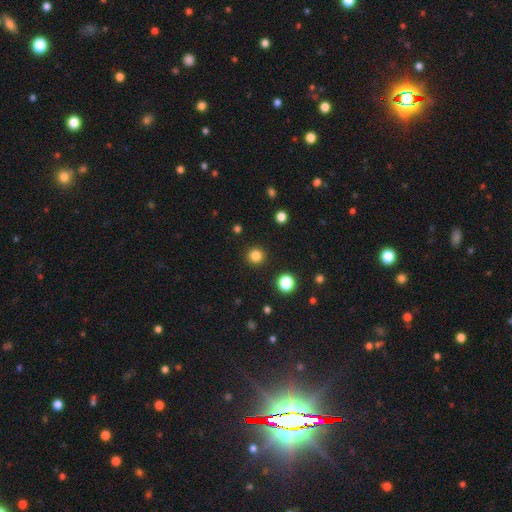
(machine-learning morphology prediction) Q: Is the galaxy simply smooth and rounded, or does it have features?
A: smooth — 83%.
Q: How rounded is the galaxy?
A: round — 95%.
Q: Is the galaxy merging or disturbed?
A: none — 92%.